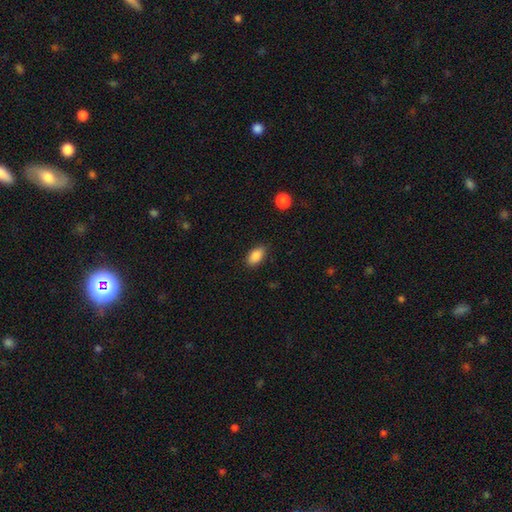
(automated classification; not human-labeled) This is clearly a smooth galaxy (87%). How rounded: clearly in between (91%). Merging: clearly none (85%).